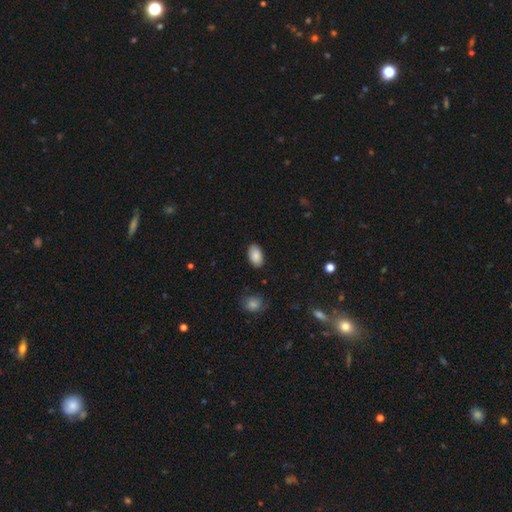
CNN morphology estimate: smooth-or-featured: smooth: 88% | star or artifact: 7% | featured or disk: 5%
  how-rounded: in between: 93% | round: 6% | cigar-shaped: 1%
  merging: none: 87% | minor disturbance: 9% | major disturbance: 2% | merger: 1%